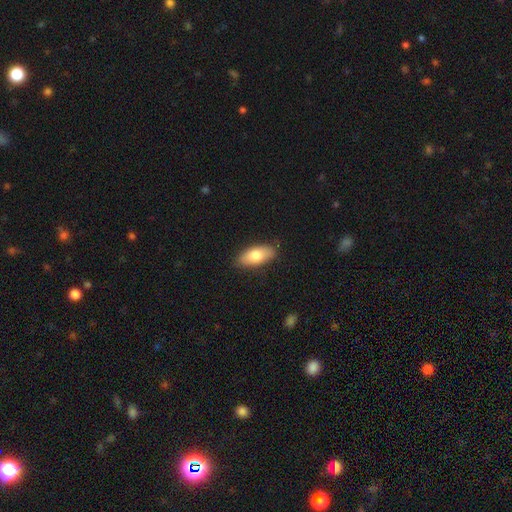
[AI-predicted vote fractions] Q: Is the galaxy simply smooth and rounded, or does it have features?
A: smooth — 76%.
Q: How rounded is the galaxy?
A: in between — 85%.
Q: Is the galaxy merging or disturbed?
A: none — 84%.